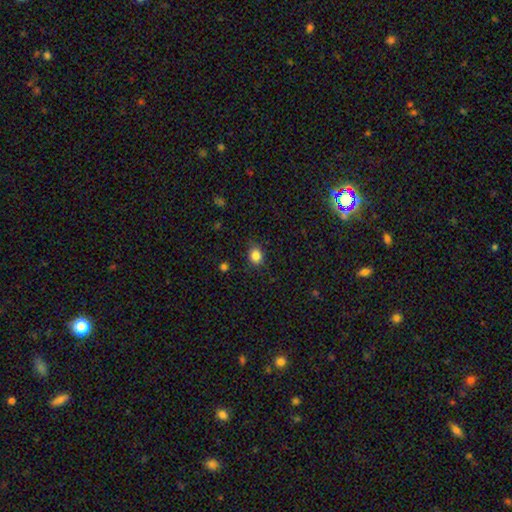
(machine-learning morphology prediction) A smooth galaxy with no disk features (85%) that is round (53%). Merging: none (83%).